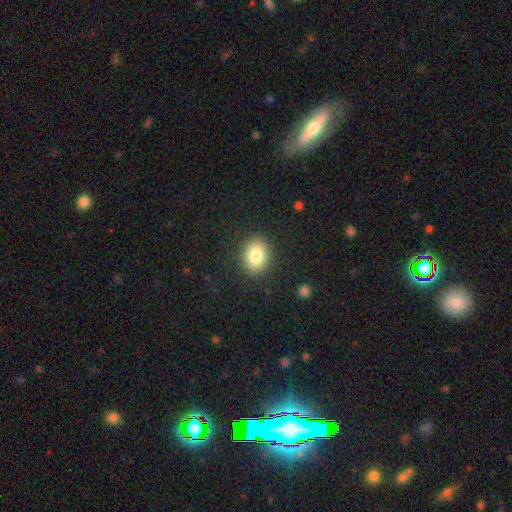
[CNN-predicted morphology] This appears to be a smooth galaxy with no disk features (82%) that is in between round and cigar-shaped (54%). Merging: none (88%).